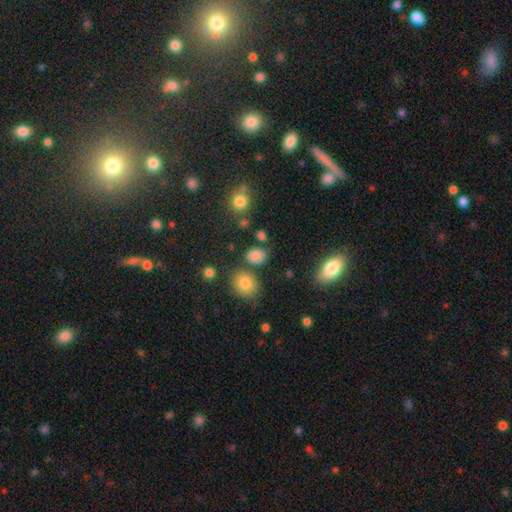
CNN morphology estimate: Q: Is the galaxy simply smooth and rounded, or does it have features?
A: smooth — 81%.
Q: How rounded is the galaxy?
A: in between — 57%.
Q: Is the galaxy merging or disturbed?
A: none — 73%.